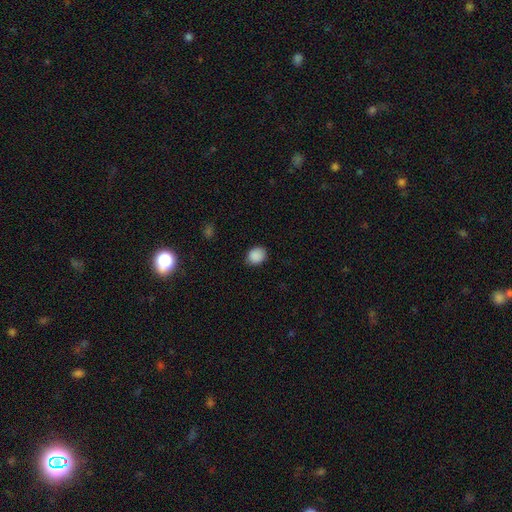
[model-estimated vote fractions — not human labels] Q: Smooth or featured?
A: smooth (89%); runner-up: star or artifact (9%)
Q: How rounded?
A: round (59%); runner-up: in between (40%)
Q: Merging?
A: none (83%); runner-up: minor disturbance (14%)